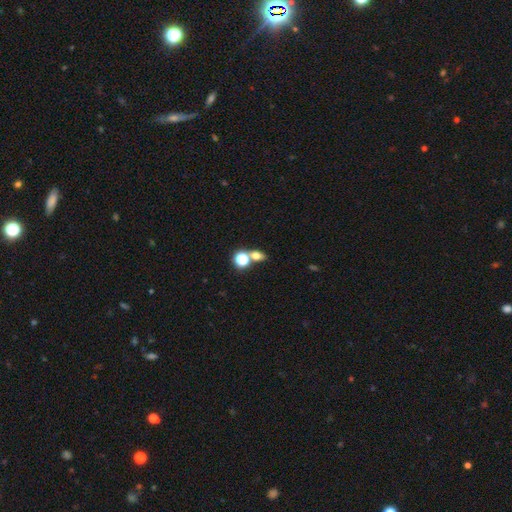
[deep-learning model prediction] This appears to be a smooth galaxy with no disk features (64%) that is in between round and cigar-shaped (58%). Merging: none (56%).